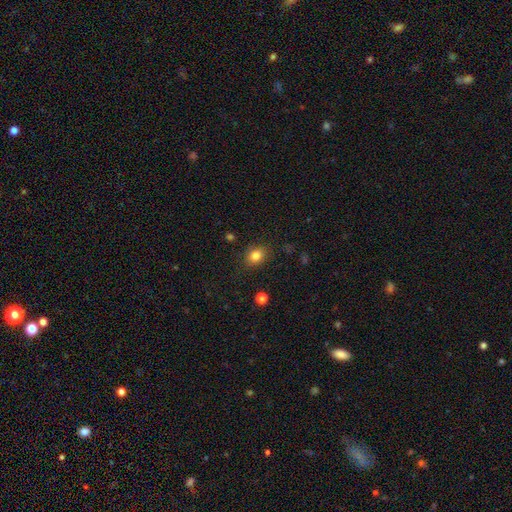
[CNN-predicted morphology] type=smooth (83%); roundness=in between (52%); merging=none (84%).